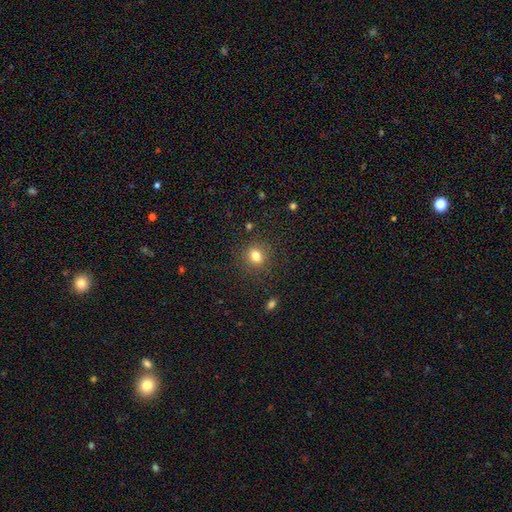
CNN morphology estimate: smooth_or_featured: smooth (p=0.79) [alt: star or artifact p=0.14]
how_rounded: round (p=0.74) [alt: in between p=0.25]
merging: none (p=0.86) [alt: minor disturbance p=0.09]